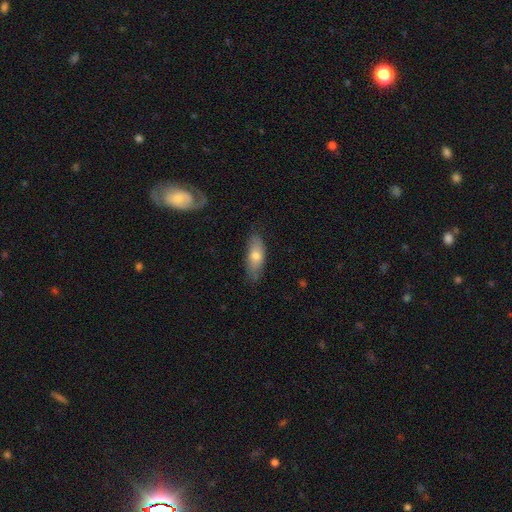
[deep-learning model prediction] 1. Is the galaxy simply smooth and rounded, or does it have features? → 67% smooth, 27% featured or disk, 6% star or artifact.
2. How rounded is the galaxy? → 69% in between, 28% cigar-shaped, 3% round.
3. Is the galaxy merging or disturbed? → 77% none, 18% minor disturbance, 4% major disturbance, 1% merger.